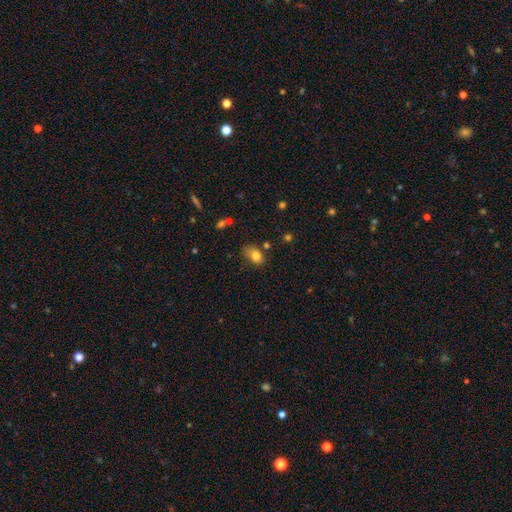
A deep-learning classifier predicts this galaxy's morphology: This is clearly a smooth galaxy (81%). How rounded: clearly in between (81%). Merging: possibly none (57%).